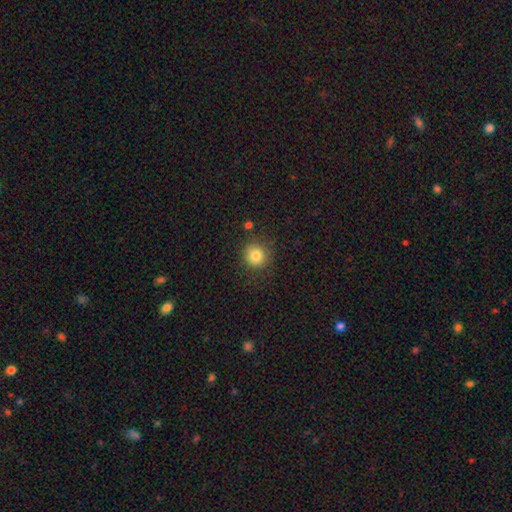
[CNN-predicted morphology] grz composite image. It shows a smooth galaxy with no disk features (82%) that is round (90%). Merging: none (84%).